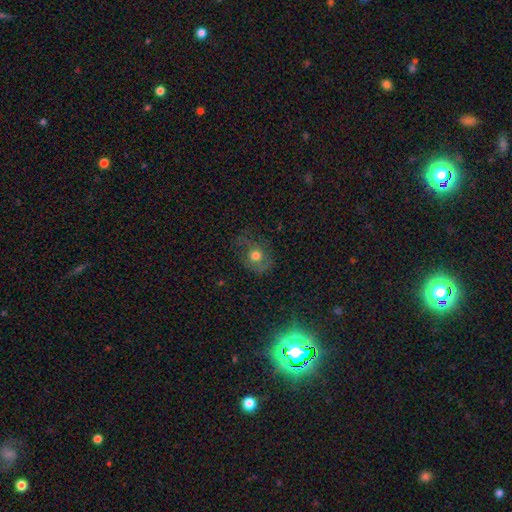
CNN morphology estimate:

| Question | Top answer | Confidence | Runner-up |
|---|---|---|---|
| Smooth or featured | smooth | 59% | featured or disk (26%) |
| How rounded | round | 73% | in between (26%) |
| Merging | none | 60% | minor disturbance (23%) |